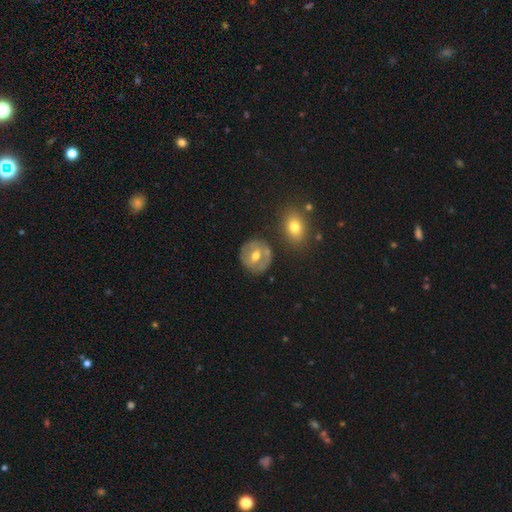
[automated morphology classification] A smooth galaxy with no disk features (47%).

Vote fractions:
- Smooth or featured? smooth: 47% / featured or disk: 46% / star or artifact: 7%
- Merging? none: 76% / minor disturbance: 12% / merger: 8% / major disturbance: 4%